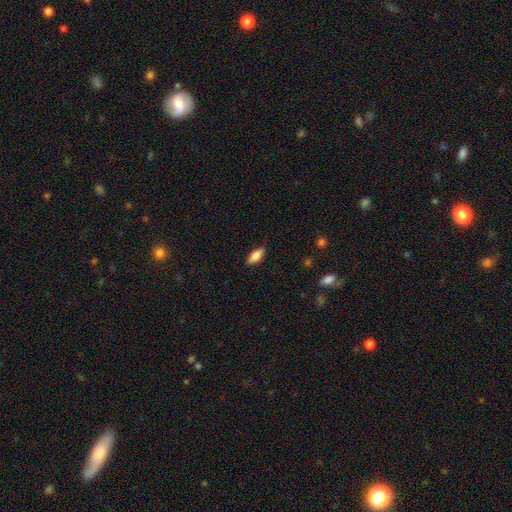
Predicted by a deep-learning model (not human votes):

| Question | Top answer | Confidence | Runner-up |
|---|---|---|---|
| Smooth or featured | smooth | 74% | featured or disk (19%) |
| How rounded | in between | 73% | cigar-shaped (25%) |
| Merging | none | 85% | minor disturbance (12%) |